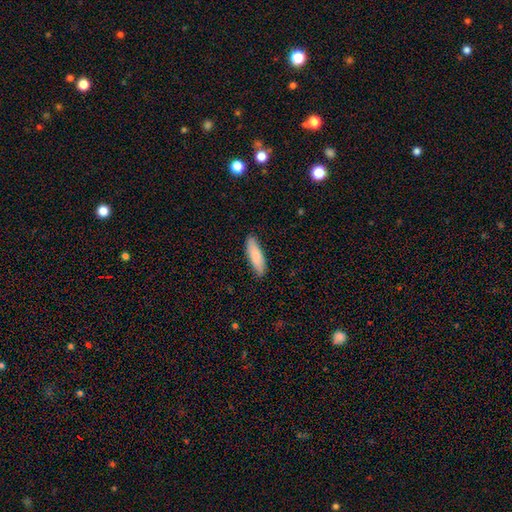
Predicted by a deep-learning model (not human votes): This appears to be a smooth galaxy with no disk features (85%) that is cigar-shaped (58%). Merging: none (87%).